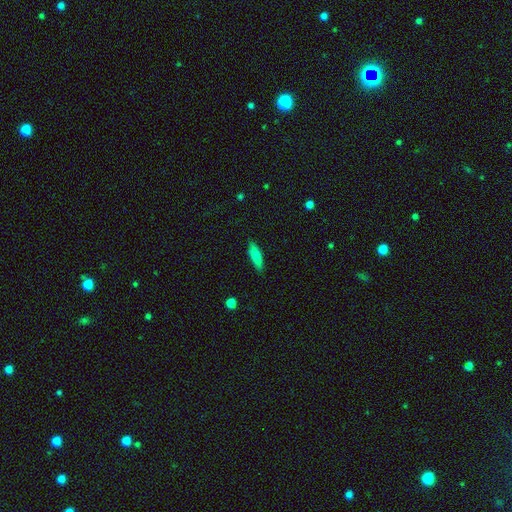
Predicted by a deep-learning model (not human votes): Q: Smooth or featured?
A: smooth (75%); runner-up: featured or disk (18%)
Q: How rounded?
A: cigar-shaped (67%); runner-up: in between (31%)
Q: Merging?
A: none (87%); runner-up: minor disturbance (10%)